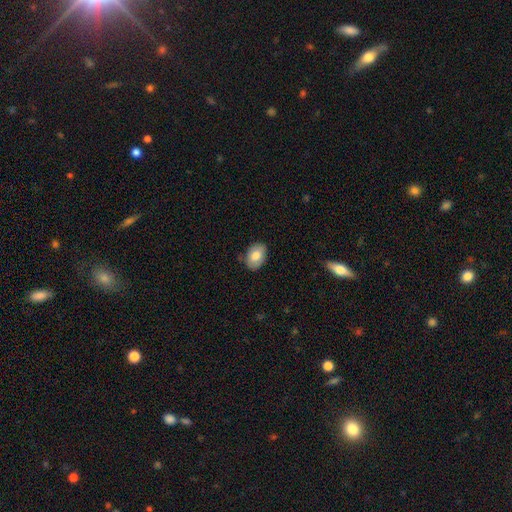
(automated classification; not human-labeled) Smooth or featured: smooth — 78% (featured or disk — 15%)
How rounded: in between — 83% (round — 16%)
Merging: none — 83% (minor disturbance — 13%)